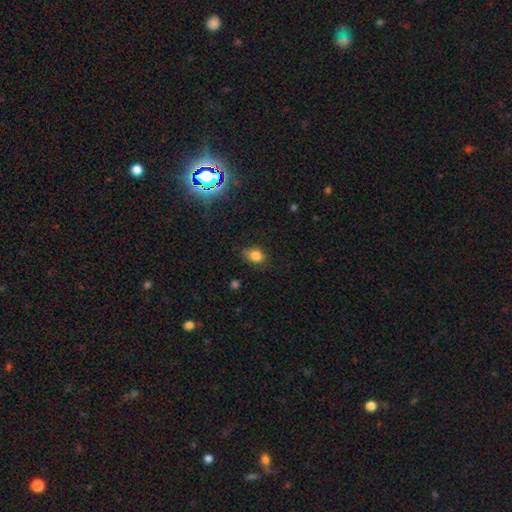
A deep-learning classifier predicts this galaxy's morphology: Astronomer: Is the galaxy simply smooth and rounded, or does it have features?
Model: smooth — 80%.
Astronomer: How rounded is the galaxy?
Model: in between — 62%.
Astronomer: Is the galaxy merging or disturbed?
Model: none — 66%.